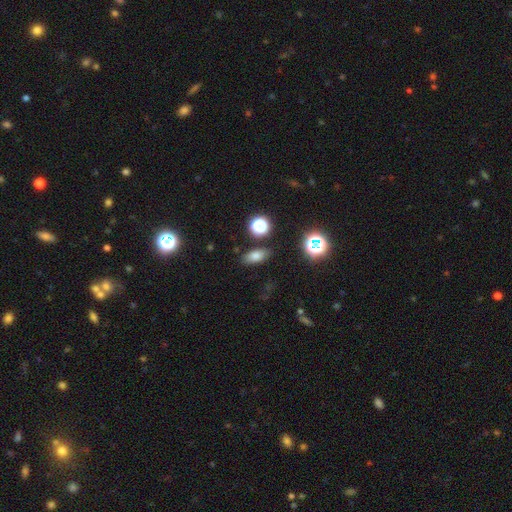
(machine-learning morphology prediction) Q: Smooth or featured?
A: smooth (73%); runner-up: star or artifact (17%)
Q: How rounded?
A: in between (78%); runner-up: round (11%)
Q: Merging?
A: none (84%); runner-up: minor disturbance (9%)